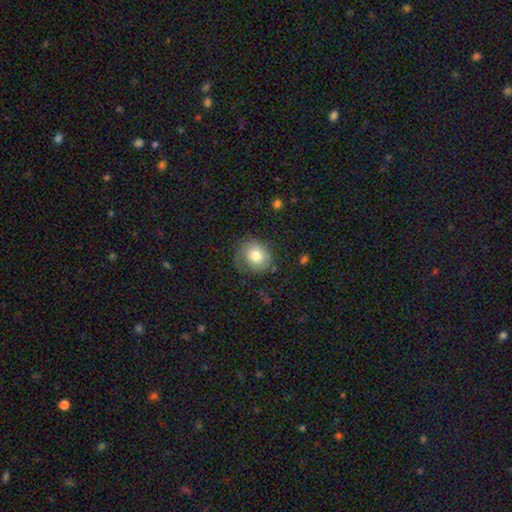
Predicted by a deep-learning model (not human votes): smooth_or_featured: smooth (p=0.76) [alt: featured or disk p=0.16]
how_rounded: round (p=0.72) [alt: in between p=0.27]
merging: none (p=0.68) [alt: minor disturbance p=0.21]